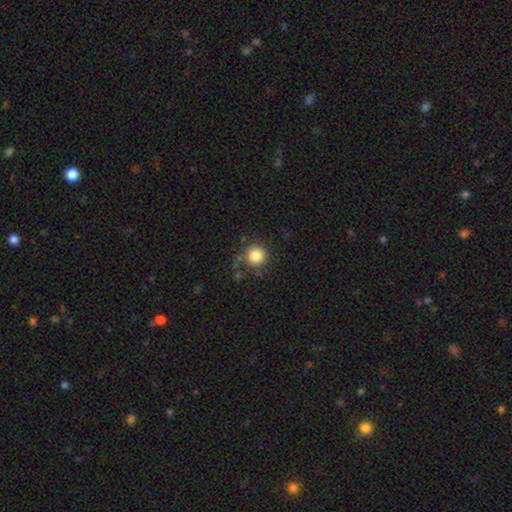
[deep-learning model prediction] Smooth or featured?
  - smooth: 84% *
  - star or artifact: 11%
  - featured or disk: 5%
How rounded?
  - round: 95% *
  - in between: 4%
  - cigar-shaped: 1%
Merging?
  - none: 79% *
  - minor disturbance: 13%
  - major disturbance: 5%
  - merger: 4%